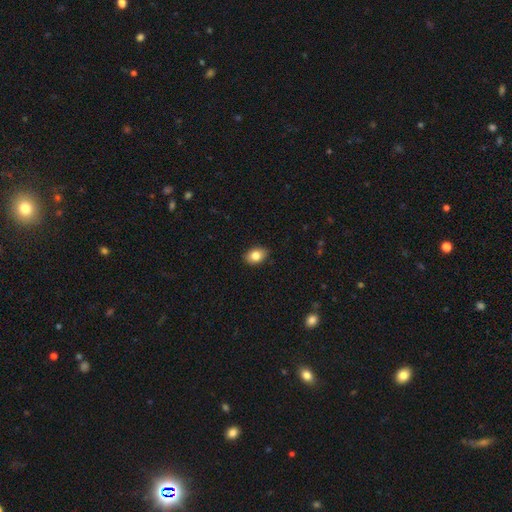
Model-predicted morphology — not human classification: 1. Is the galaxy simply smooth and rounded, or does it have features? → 83% smooth, 9% featured or disk, 8% star or artifact.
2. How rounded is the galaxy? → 76% in between, 23% round, 1% cigar-shaped.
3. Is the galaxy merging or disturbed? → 87% none, 10% minor disturbance, 2% major disturbance, 1% merger.